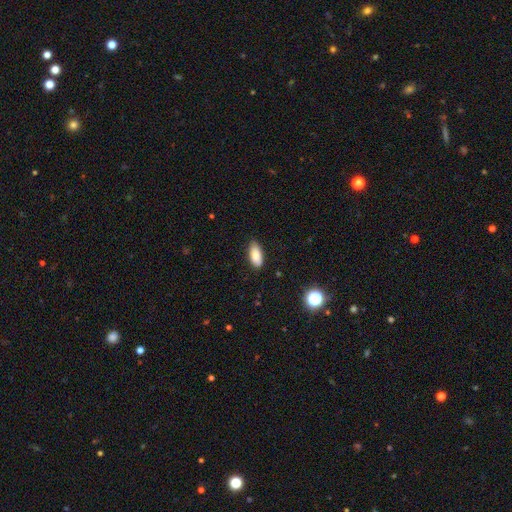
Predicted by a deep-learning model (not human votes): smooth 83%, featured or disk 9%, star or artifact 8%. Down the decision tree: how rounded — in between (87%); merging — none (84%).